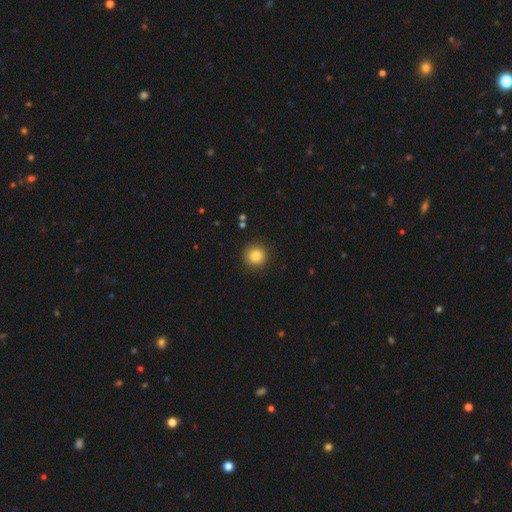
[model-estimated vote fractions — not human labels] Smooth or featured? Predicted: smooth (p=0.84). How rounded? Predicted: round (p=0.94). Merging? Predicted: none (p=0.91).